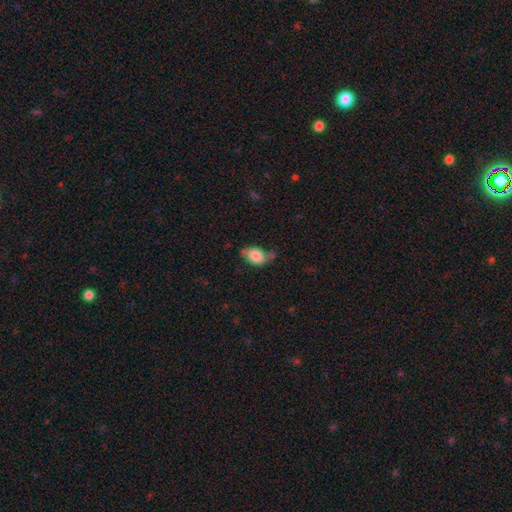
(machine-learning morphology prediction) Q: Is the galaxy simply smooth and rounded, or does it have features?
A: smooth — 79%.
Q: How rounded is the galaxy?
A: in between — 80%.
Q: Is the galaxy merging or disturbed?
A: none — 49%.